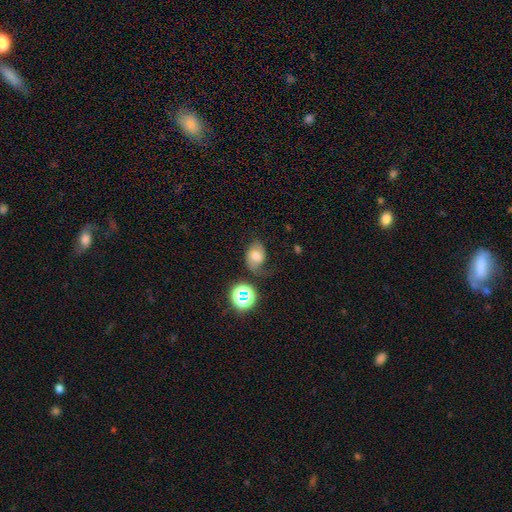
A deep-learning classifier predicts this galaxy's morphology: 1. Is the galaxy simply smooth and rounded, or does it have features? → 42% featured or disk (tied), 42% smooth (tied), 16% star or artifact.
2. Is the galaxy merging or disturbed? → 49% none, 28% minor disturbance, 19% major disturbance, 4% merger.